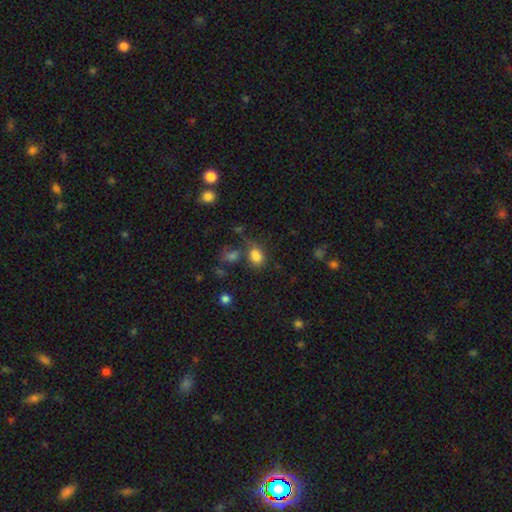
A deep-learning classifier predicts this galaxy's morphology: This is likely a smooth galaxy (79%). How rounded: likely in between (72%). Merging: possibly none (51%).